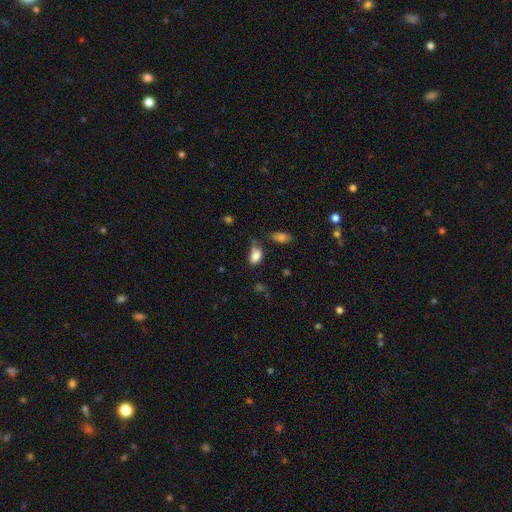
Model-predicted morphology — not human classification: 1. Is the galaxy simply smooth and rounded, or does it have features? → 84% smooth, 9% star or artifact, 7% featured or disk.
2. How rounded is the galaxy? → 89% in between, 9% round, 2% cigar-shaped.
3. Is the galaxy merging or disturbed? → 51% none, 31% minor disturbance, 10% major disturbance, 7% merger.